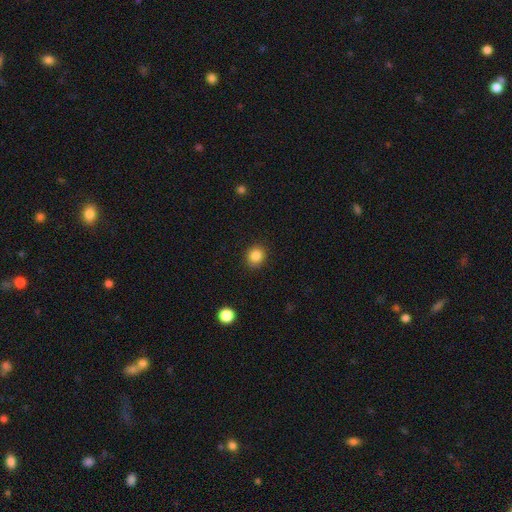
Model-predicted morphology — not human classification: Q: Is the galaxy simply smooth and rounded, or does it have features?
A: smooth — 85%.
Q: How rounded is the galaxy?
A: round — 83%.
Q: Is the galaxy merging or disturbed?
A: none — 89%.